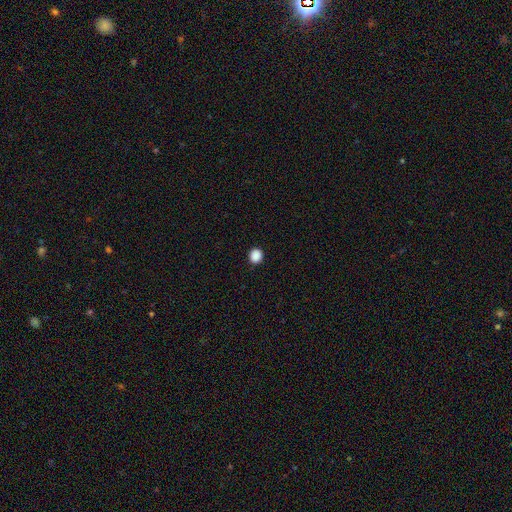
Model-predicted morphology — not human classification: type=smooth (88%); roundness=round (85%); merging=none (92%).